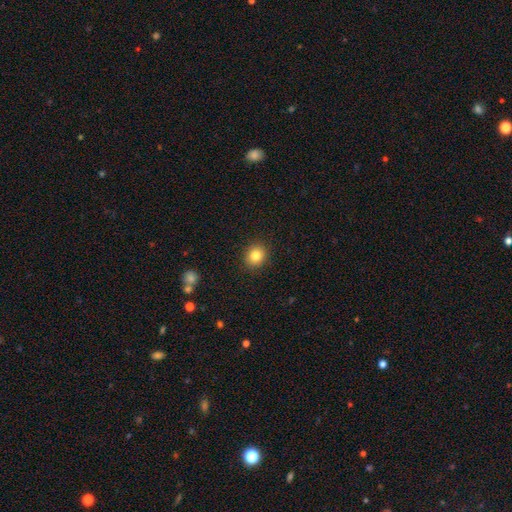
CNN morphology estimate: This appears to be a smooth galaxy with no disk features (83%) that is round (71%). Merging: none (90%).